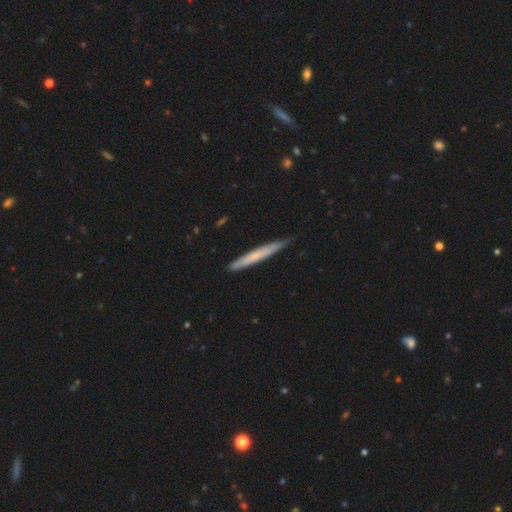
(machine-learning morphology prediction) Smooth or featured? Predicted: smooth (p=0.58). How rounded? Predicted: cigar-shaped (p=0.96). Merging? Predicted: none (p=0.83).